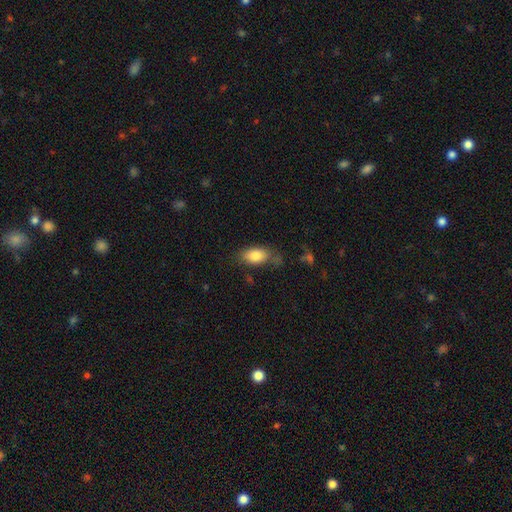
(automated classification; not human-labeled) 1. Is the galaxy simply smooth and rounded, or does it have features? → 83% smooth, 10% featured or disk, 8% star or artifact.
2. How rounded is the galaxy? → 90% in between, 6% round, 4% cigar-shaped.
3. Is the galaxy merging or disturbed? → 65% none, 22% minor disturbance, 7% major disturbance, 6% merger.